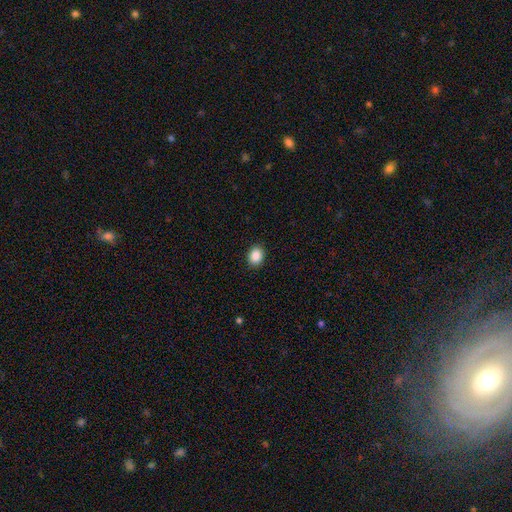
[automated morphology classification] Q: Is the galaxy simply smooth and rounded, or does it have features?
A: smooth — 88%.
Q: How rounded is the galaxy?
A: in between — 52%.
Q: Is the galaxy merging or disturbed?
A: none — 91%.